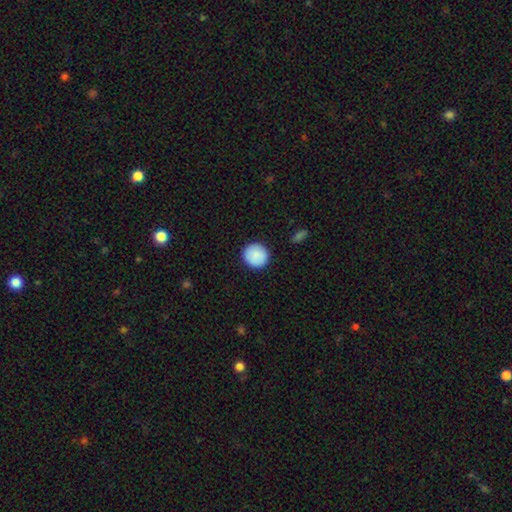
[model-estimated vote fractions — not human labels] Smooth or featured? smooth (88%)
How rounded? round (94%)
Merging? none (91%)